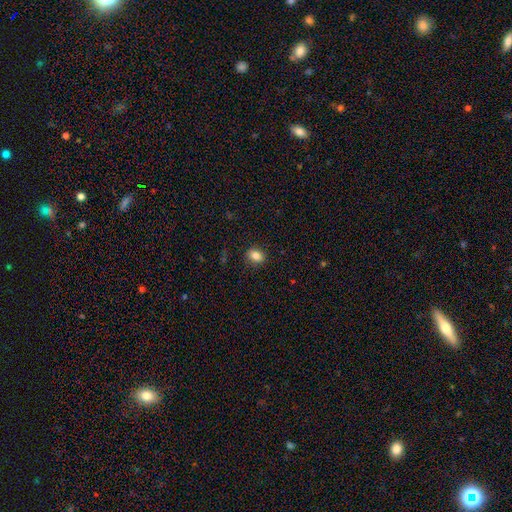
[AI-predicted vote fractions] This appears to be a smooth galaxy with no disk features (84%) that is in between round and cigar-shaped (70%). Merging: none (86%).